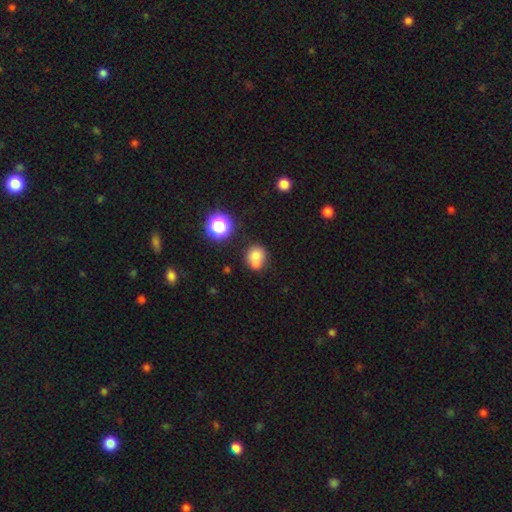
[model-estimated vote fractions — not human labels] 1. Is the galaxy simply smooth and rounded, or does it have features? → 71% smooth, 15% featured or disk, 14% star or artifact.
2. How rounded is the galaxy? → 76% round, 23% in between, 1% cigar-shaped.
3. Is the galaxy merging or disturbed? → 43% none, 42% merger, 11% minor disturbance, 4% major disturbance.